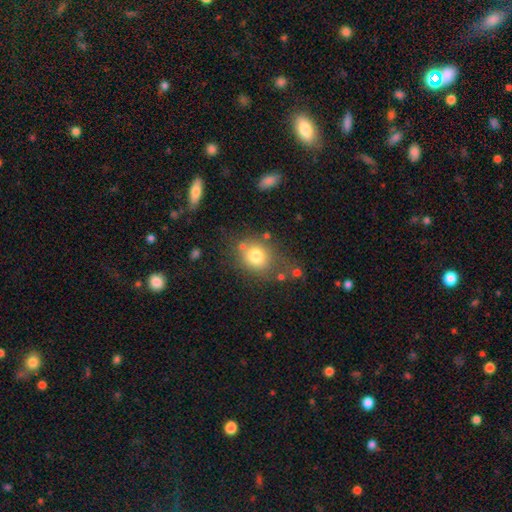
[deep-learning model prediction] The model was most divided on "how rounded": round: 72%, in between: 27%, cigar-shaped: 1%. More confident: smooth or featured — smooth (77%); merging — none (66%).